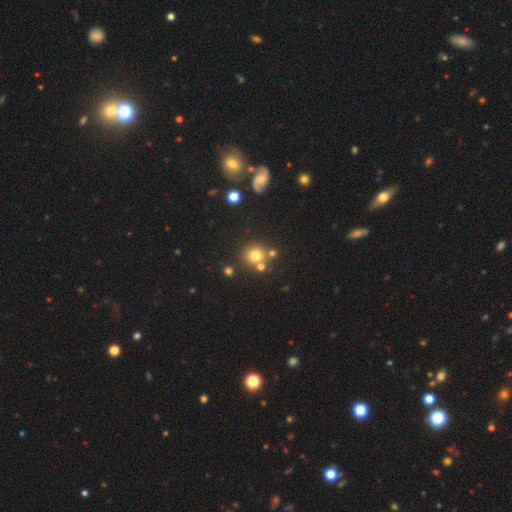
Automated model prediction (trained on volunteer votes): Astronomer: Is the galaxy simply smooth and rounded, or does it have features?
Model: smooth — 72%.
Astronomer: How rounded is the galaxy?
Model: round — 90%.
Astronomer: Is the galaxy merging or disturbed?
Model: none — 71%.